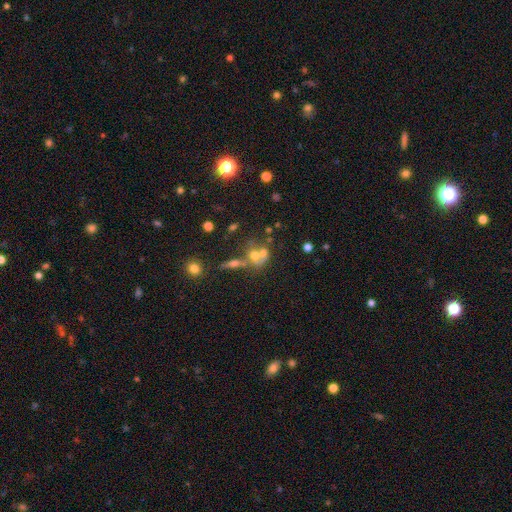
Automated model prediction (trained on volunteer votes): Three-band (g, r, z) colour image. It shows a smooth galaxy with no disk features (45%). Merging: merger (50%).